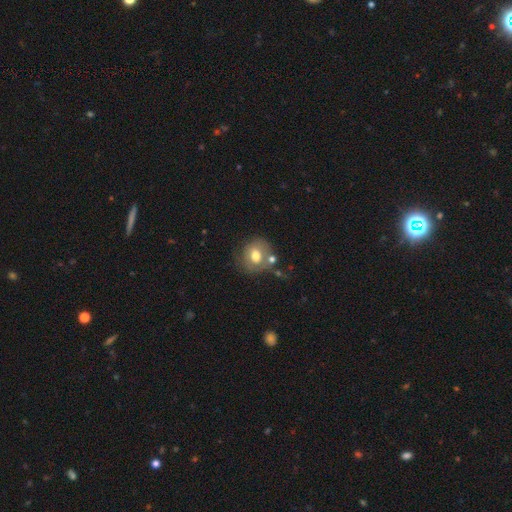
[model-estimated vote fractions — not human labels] Smooth or featured?
  - smooth: 63% *
  - featured or disk: 28%
  - star or artifact: 9%
How rounded?
  - round: 73% *
  - in between: 26%
  - cigar-shaped: 1%
Merging?
  - none: 63% *
  - minor disturbance: 18%
  - merger: 12%
  - major disturbance: 7%